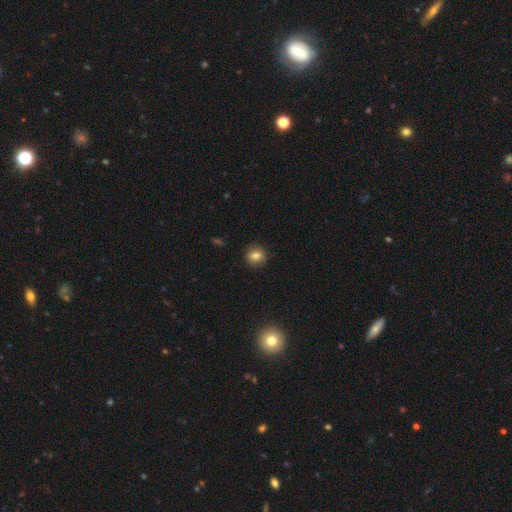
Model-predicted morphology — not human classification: This is clearly a smooth galaxy (81%). How rounded: clearly round (85%). Merging: clearly none (89%).